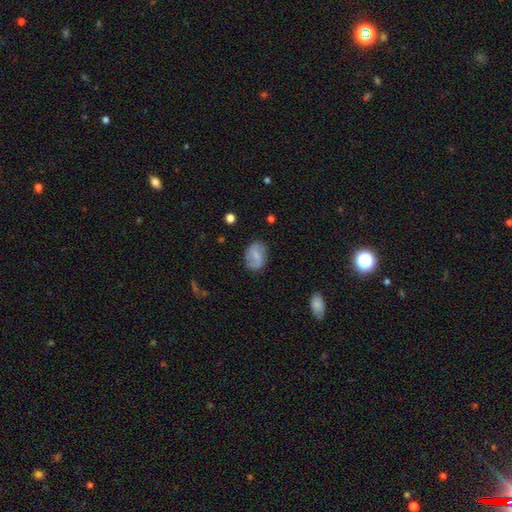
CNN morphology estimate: Smooth or featured?
  - smooth: 56% *
  - featured or disk: 37%
  - star or artifact: 8%
How rounded?
  - in between: 76% *
  - round: 22%
  - cigar-shaped: 2%
Merging?
  - none: 78% *
  - minor disturbance: 16%
  - major disturbance: 5%
  - merger: 1%